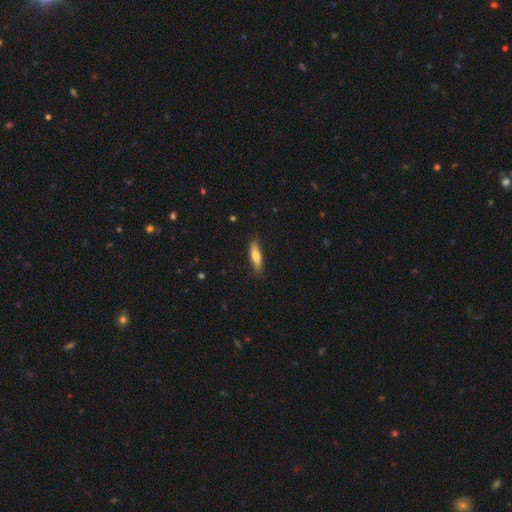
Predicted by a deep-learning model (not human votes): Smooth or featured?
  - smooth: 70% *
  - featured or disk: 25%
  - star or artifact: 6%
How rounded?
  - cigar-shaped: 67% *
  - in between: 32%
  - round: 2%
Merging?
  - none: 83% *
  - minor disturbance: 14%
  - major disturbance: 2%
  - merger: 1%